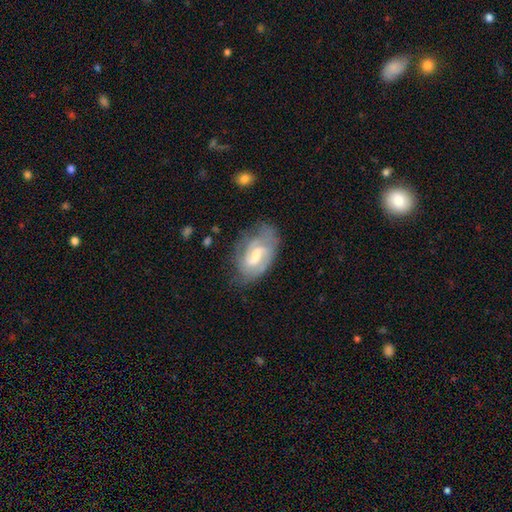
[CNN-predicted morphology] Overall: featured or disk (75%). Edge-on disk: no (96%). Bar: weak (59%; strong 22%). Spiral arms: yes (89%). Spiral arm count: 2 (55%; can't tell 25%). Spiral winding: tight (44%; medium 42%). Bulge size: moderate (52%; small 30%). Merging: none (62%; minor disturbance 25%).